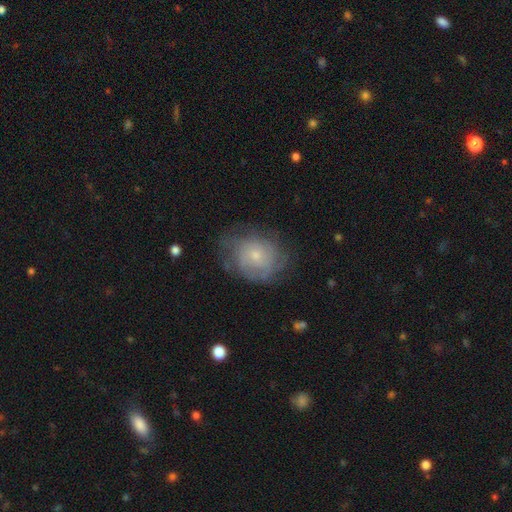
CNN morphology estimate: The model was most divided on "smooth or featured": featured or disk: 49%, smooth: 42%, star or artifact: 9%. More confident: merging — none (58%).